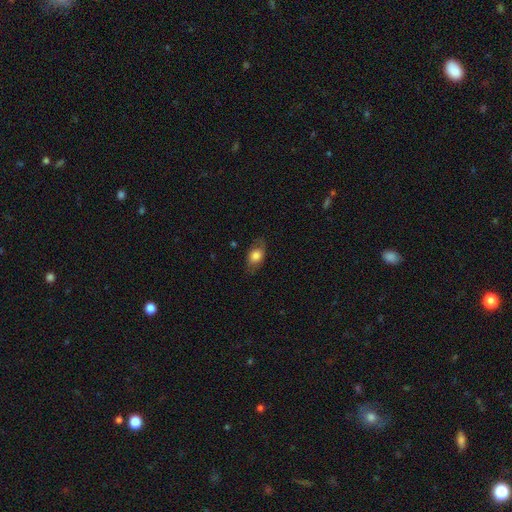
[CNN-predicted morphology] type=smooth (73%); roundness=in between (82%); merging=none (74%).